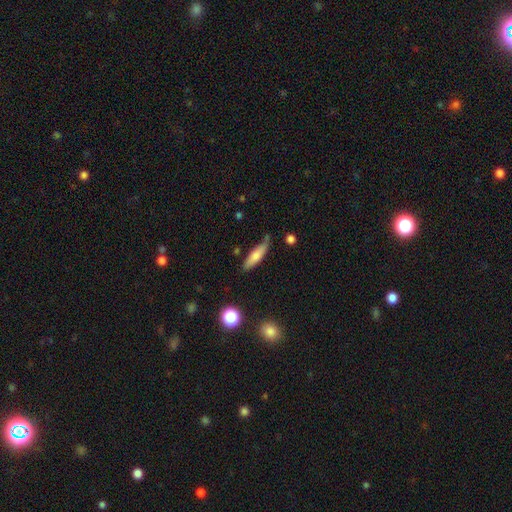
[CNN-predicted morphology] This is likely a smooth galaxy (69%). How rounded: likely cigar-shaped (65%). Merging: likely none (73%).